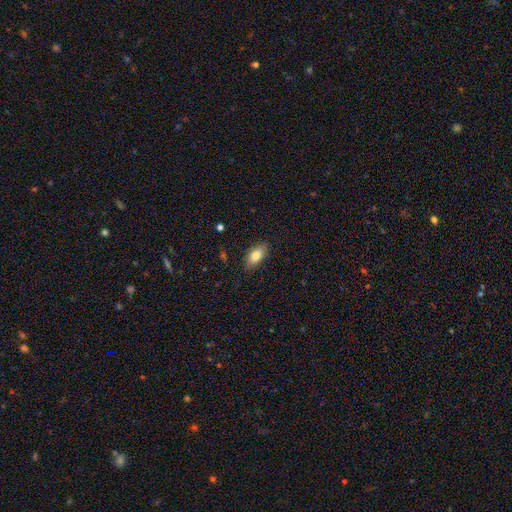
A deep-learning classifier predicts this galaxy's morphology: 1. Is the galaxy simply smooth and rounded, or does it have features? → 79% smooth, 13% featured or disk, 7% star or artifact.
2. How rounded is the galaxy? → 90% in between, 6% cigar-shaped, 4% round.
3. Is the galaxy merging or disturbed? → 86% none, 11% minor disturbance, 2% major disturbance, 1% merger.